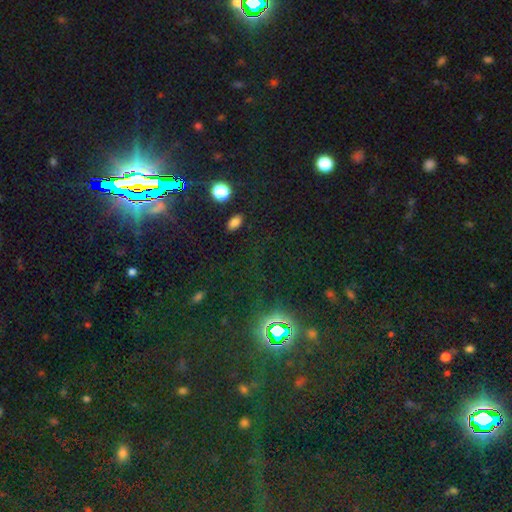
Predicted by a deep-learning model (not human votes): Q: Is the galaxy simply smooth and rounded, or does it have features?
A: star or artifact — 81%.